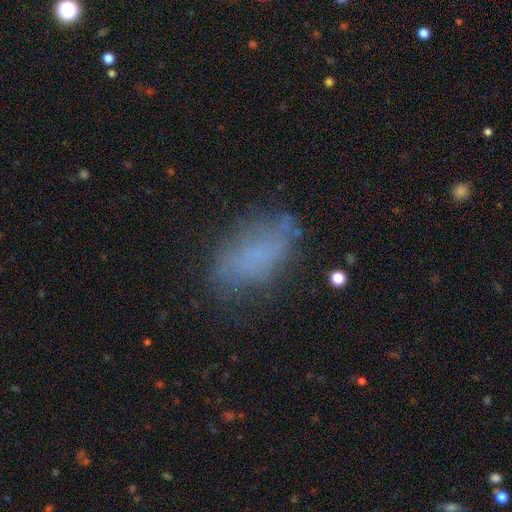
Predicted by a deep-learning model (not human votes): A smooth galaxy with no disk features (64%) that is in between round and cigar-shaped (89%).

Vote fractions:
- Smooth or featured? smooth: 64% / featured or disk: 23% / star or artifact: 14%
- How rounded? in between: 89% / cigar-shaped: 5% / round: 5%
- Merging? none: 62% / minor disturbance: 23% / major disturbance: 12% / merger: 3%